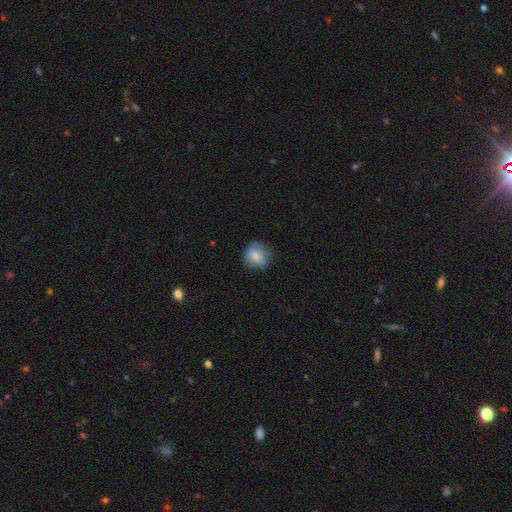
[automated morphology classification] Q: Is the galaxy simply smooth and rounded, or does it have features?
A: smooth — 76%.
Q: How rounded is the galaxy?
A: round — 81%.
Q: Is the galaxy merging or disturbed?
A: none — 69%.